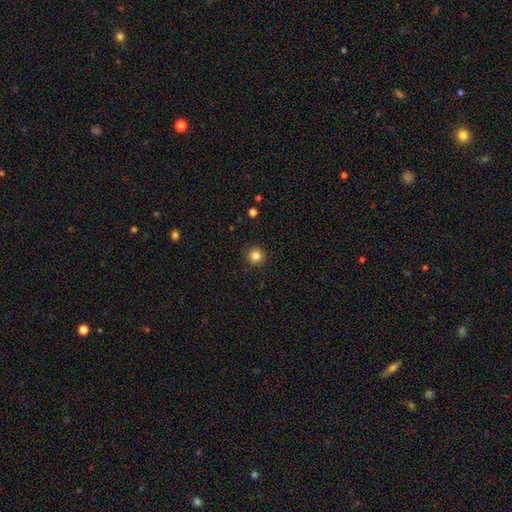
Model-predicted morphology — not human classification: A smooth galaxy with no disk features (85%) that is round (95%). Merging: none (92%).